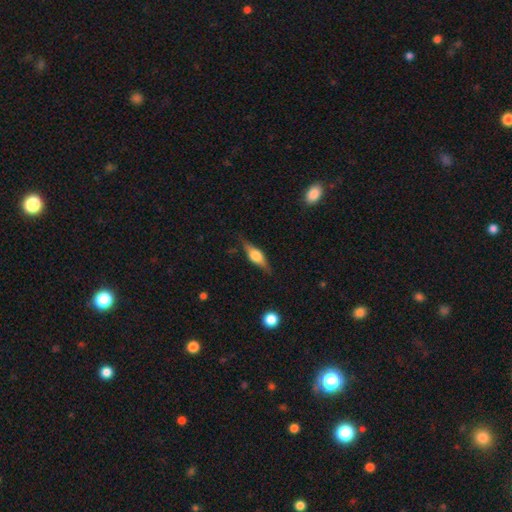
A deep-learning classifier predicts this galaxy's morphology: type=featured or disk (61%); edge-on=yes (95%); edge-on bulge=rounded (89%); merging=none (81%).